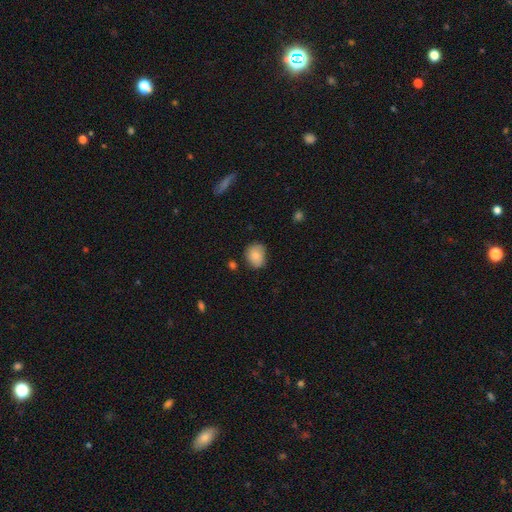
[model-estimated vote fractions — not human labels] smooth-or-featured: smooth: 79% | featured or disk: 12% | star or artifact: 9%
  how-rounded: round: 60% | in between: 39% | cigar-shaped: 1%
  merging: none: 71% | minor disturbance: 23% | major disturbance: 4% | merger: 2%